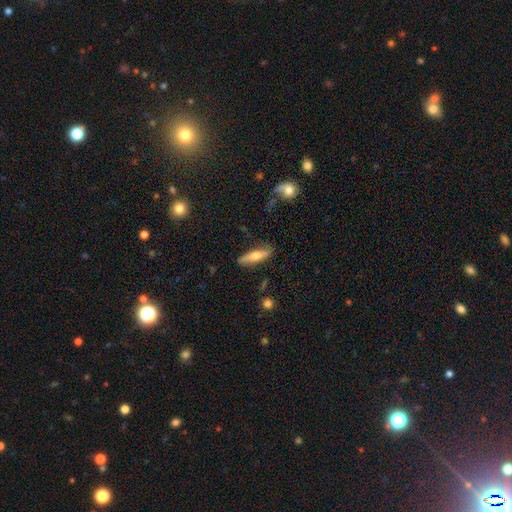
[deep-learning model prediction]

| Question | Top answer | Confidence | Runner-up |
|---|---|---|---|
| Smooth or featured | smooth | 51% | featured or disk (43%) |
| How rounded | cigar-shaped | 70% | in between (27%) |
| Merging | none | 79% | minor disturbance (15%) |